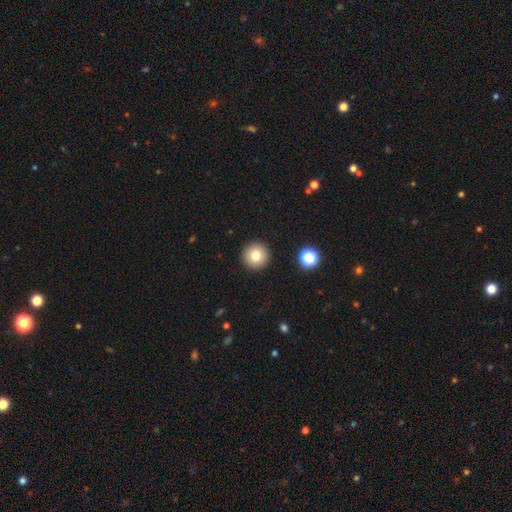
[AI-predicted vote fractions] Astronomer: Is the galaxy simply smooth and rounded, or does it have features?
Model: smooth — 78%.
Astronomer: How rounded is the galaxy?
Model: round — 96%.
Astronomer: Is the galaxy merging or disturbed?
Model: none — 92%.